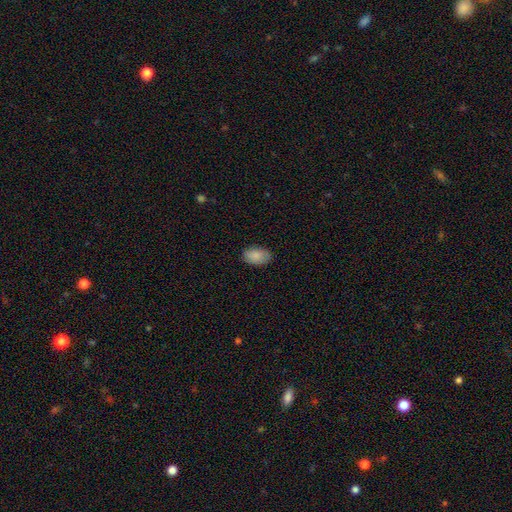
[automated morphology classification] Smooth or featured?
  - smooth: 88% *
  - star or artifact: 7%
  - featured or disk: 5%
How rounded?
  - in between: 91% *
  - round: 8%
  - cigar-shaped: 1%
Merging?
  - none: 85% *
  - minor disturbance: 12%
  - major disturbance: 2%
  - merger: 1%